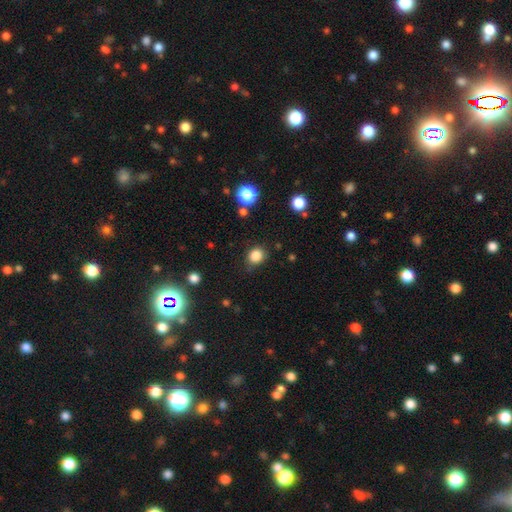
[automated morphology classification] Smooth or featured? Predicted: smooth (p=0.84). How rounded? Predicted: round (p=0.73). Merging? Predicted: none (p=0.82).